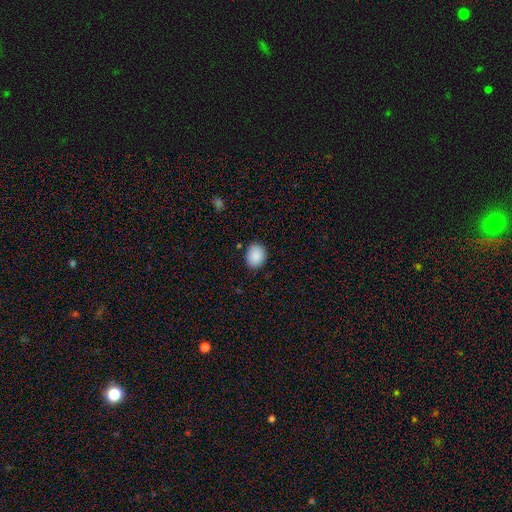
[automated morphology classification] A smooth galaxy with no disk features (89%) that is round (61%). Merging: none (86%).